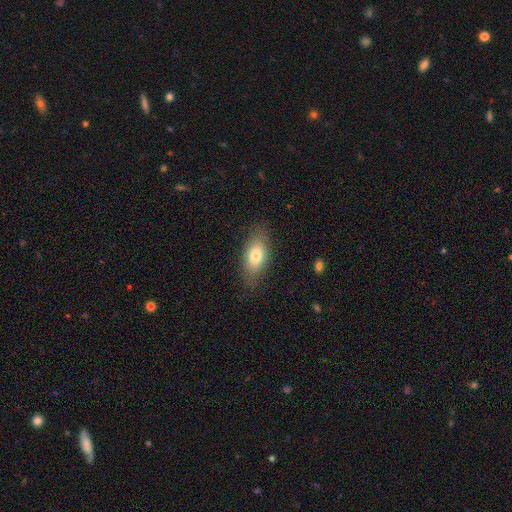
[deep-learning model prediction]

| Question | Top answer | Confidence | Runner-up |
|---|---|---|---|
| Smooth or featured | smooth | 76% | featured or disk (17%) |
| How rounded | in between | 86% | cigar-shaped (8%) |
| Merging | none | 80% | minor disturbance (15%) |